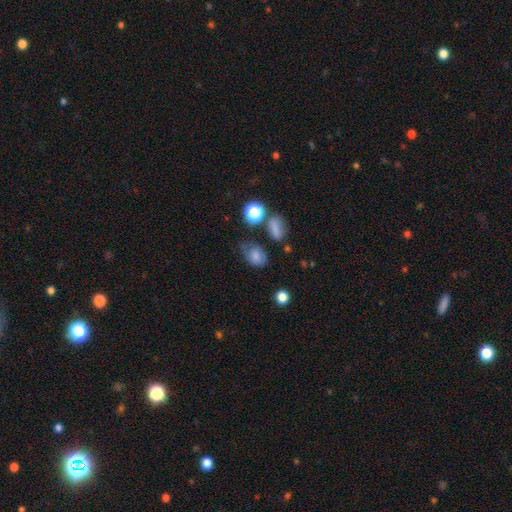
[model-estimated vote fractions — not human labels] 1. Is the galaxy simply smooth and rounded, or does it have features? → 76% smooth, 13% star or artifact, 11% featured or disk.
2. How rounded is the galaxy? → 69% in between, 30% round, 1% cigar-shaped.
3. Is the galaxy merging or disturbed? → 49% none, 30% minor disturbance, 14% major disturbance, 7% merger.